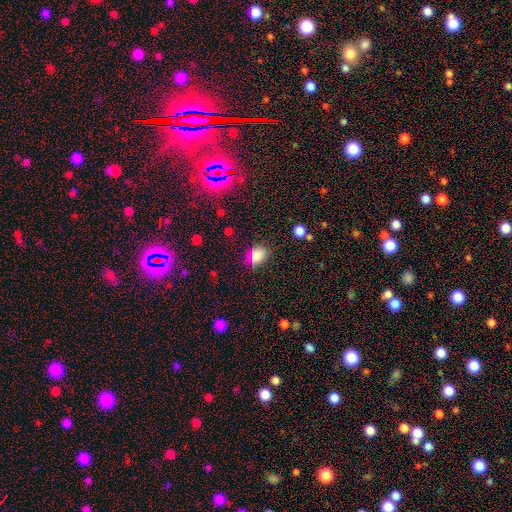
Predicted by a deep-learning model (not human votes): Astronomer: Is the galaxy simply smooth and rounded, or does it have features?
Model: smooth — 74%.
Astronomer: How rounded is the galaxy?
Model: in between — 63%.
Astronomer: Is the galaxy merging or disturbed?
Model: none — 77%.